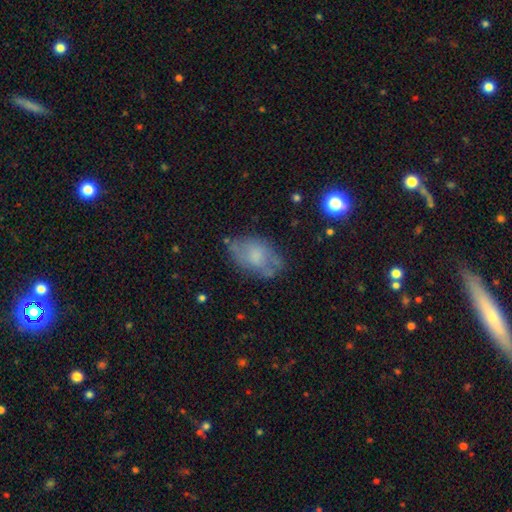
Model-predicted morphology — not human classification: smooth 52%, featured or disk 39%, star or artifact 9%. Down the decision tree: how rounded — in between (89%); merging — none (61%).